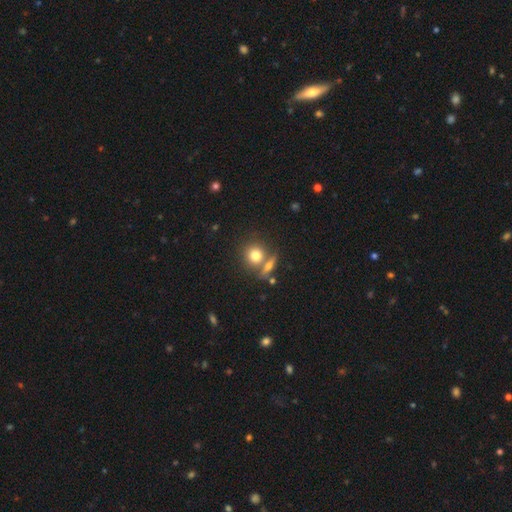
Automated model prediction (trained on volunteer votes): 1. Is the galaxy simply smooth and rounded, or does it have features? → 75% smooth, 15% featured or disk, 10% star or artifact.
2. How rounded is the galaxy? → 81% round, 16% in between, 2% cigar-shaped.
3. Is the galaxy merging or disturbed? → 56% none, 31% merger, 9% minor disturbance, 4% major disturbance.